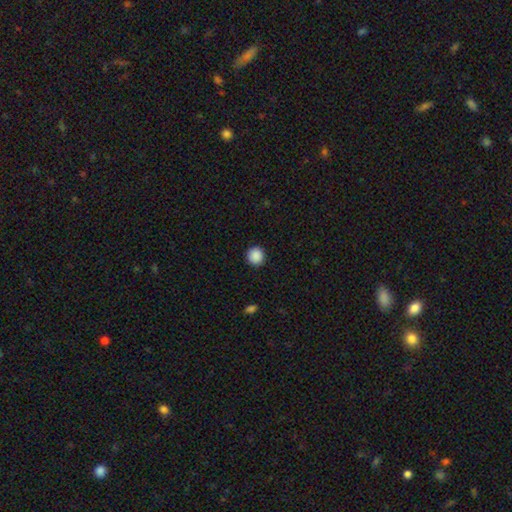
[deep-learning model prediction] Smooth or featured? Predicted: smooth (p=0.89). How rounded? Predicted: round (p=0.94). Merging? Predicted: none (p=0.92).